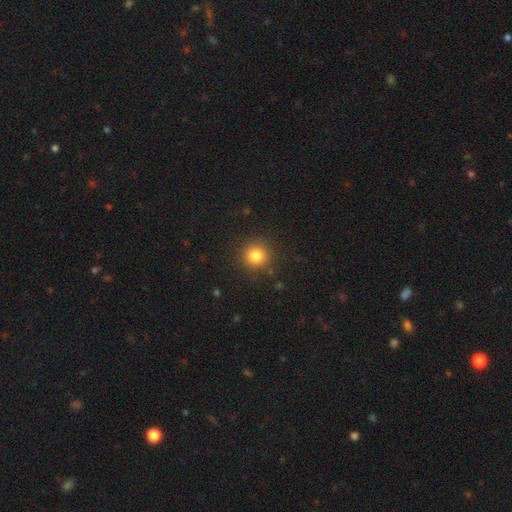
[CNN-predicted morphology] Smooth or featured?
  - smooth: 82% *
  - star or artifact: 12%
  - featured or disk: 6%
How rounded?
  - round: 93% *
  - in between: 6%
  - cigar-shaped: 1%
Merging?
  - none: 89% *
  - minor disturbance: 7%
  - major disturbance: 3%
  - merger: 1%